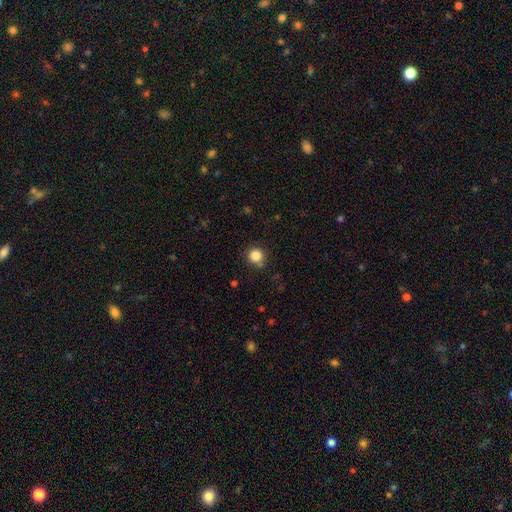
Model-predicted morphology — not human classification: Q: Smooth or featured?
A: smooth (85%); runner-up: star or artifact (11%)
Q: How rounded?
A: round (94%); runner-up: in between (5%)
Q: Merging?
A: none (84%); runner-up: minor disturbance (11%)